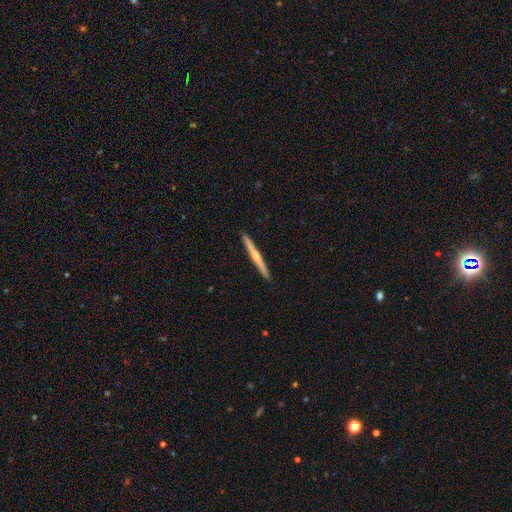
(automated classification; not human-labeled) smooth_or_featured: featured or disk (p=0.61) [alt: smooth p=0.34]
disk_edge_on: yes (p=0.98) [alt: no p=0.02]
edge_on_bulge: rounded (p=0.71) [alt: none p=0.25]
merging: none (p=0.93) [alt: minor disturbance p=0.05]